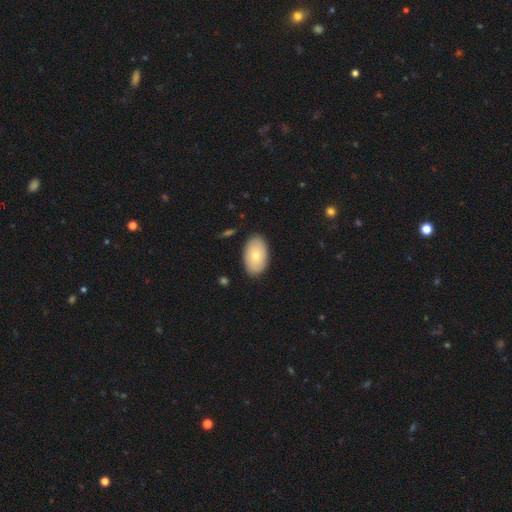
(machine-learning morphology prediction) Smooth or featured? smooth (69%)
How rounded? in between (93%)
Merging? none (86%)